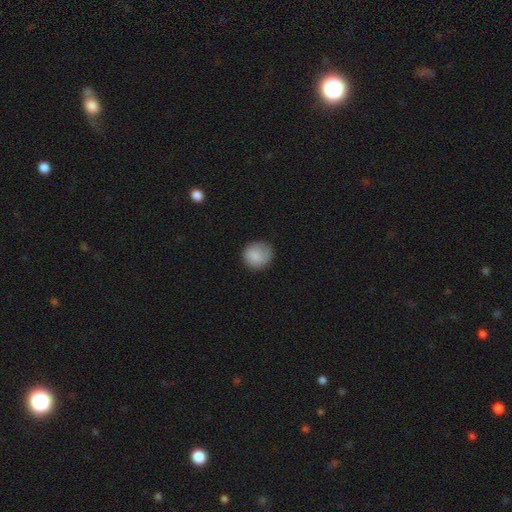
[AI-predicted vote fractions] Smooth or featured? Predicted: smooth (p=0.86). How rounded? Predicted: round (p=0.89). Merging? Predicted: none (p=0.81).